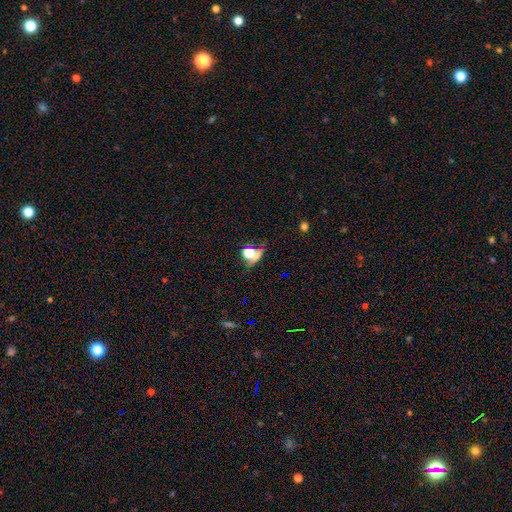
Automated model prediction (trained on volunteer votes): smooth 48%, star or artifact 39%, featured or disk 13%. Down the decision tree: merging — none (62%).